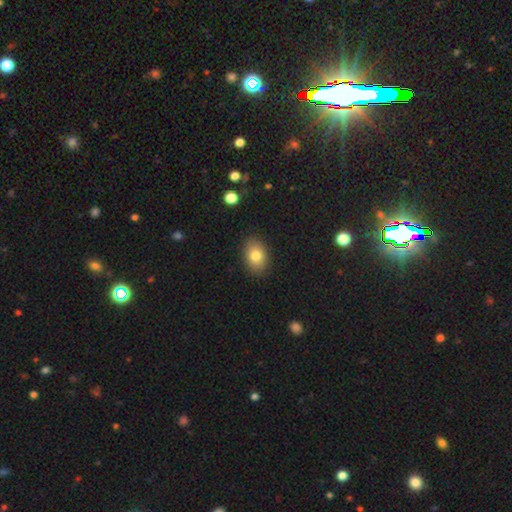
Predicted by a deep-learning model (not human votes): Smooth or featured?
  - smooth: 81% *
  - featured or disk: 11%
  - star or artifact: 8%
How rounded?
  - in between: 80% *
  - round: 19%
  - cigar-shaped: 1%
Merging?
  - none: 87% *
  - minor disturbance: 9%
  - major disturbance: 2%
  - merger: 1%